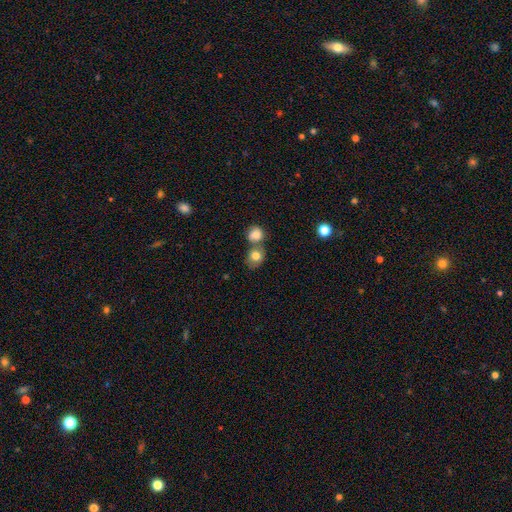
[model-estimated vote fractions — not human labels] smooth_or_featured: smooth (p=0.81) [alt: featured or disk p=0.11]
how_rounded: round (p=0.67) [alt: in between p=0.32]
merging: merger (p=0.45) [alt: none p=0.41]